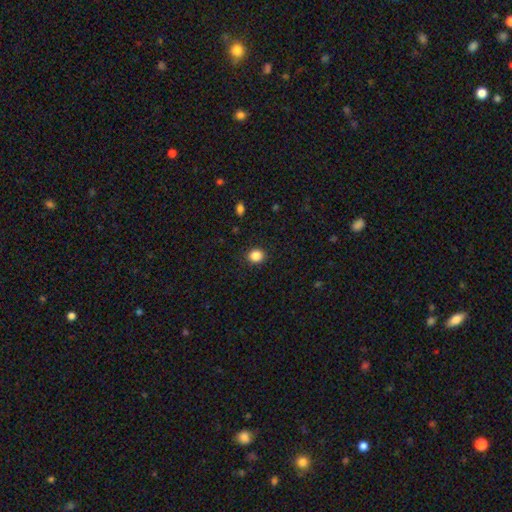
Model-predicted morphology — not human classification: smooth-or-featured: smooth: 87% | star or artifact: 10% | featured or disk: 3%
  how-rounded: round: 76% | in between: 23% | cigar-shaped: 1%
  merging: none: 90% | minor disturbance: 7% | major disturbance: 2% | merger: 1%